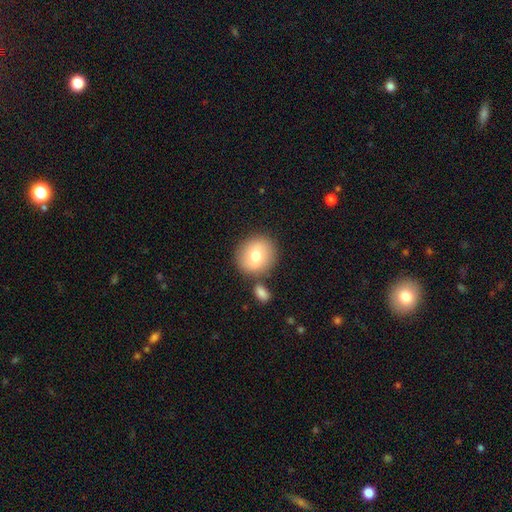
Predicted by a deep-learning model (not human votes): This is likely a smooth galaxy (72%). How rounded: clearly round (84%). Merging: likely none (74%).